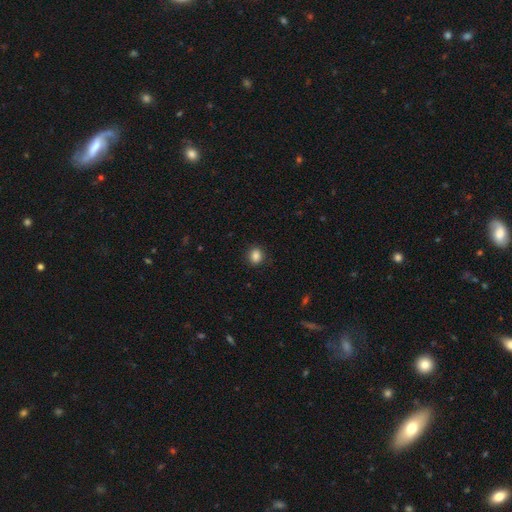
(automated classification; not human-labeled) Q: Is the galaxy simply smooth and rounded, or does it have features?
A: smooth — 86%.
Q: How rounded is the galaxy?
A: round — 64%.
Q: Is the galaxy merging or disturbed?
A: none — 88%.